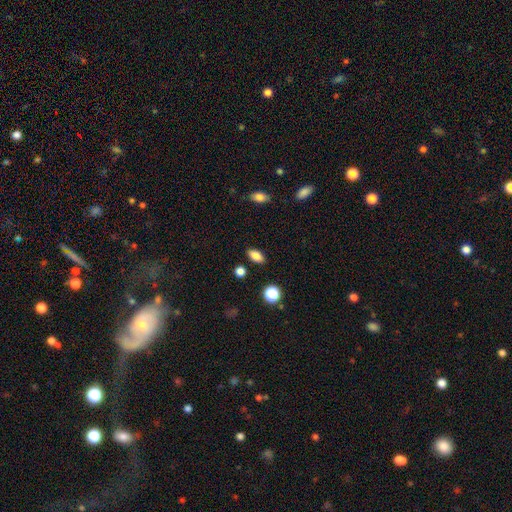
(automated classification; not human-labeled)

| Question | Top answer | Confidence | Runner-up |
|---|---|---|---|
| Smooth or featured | smooth | 83% | star or artifact (10%) |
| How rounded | in between | 87% | round (8%) |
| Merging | none | 86% | minor disturbance (9%) |